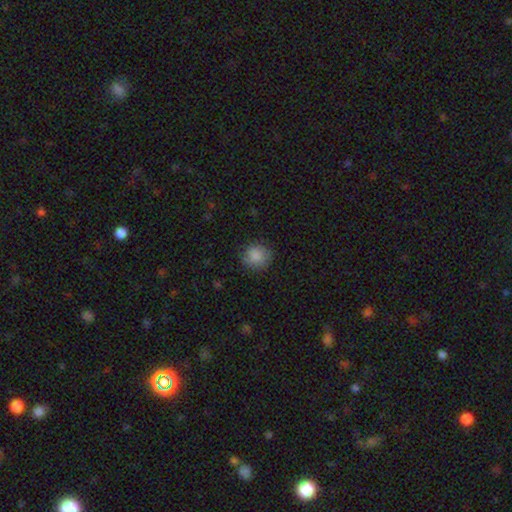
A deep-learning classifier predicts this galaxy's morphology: type=smooth (87%); roundness=round (86%); merging=none (83%).